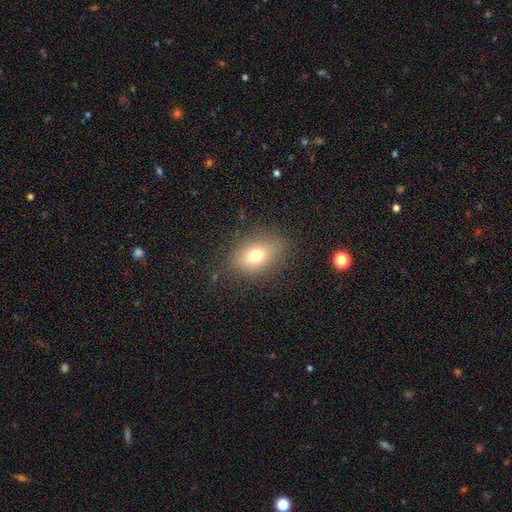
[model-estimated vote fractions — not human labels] Morphology: type=smooth (73%); roundness=in between (76%); merging=none (81%).